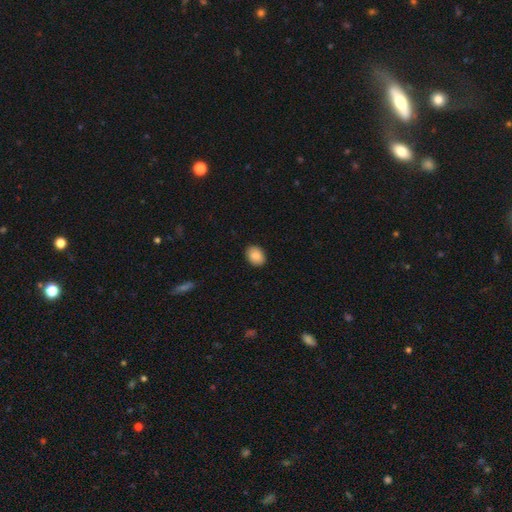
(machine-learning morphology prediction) Smooth or featured? smooth (85%)
How rounded? in between (69%)
Merging? none (89%)